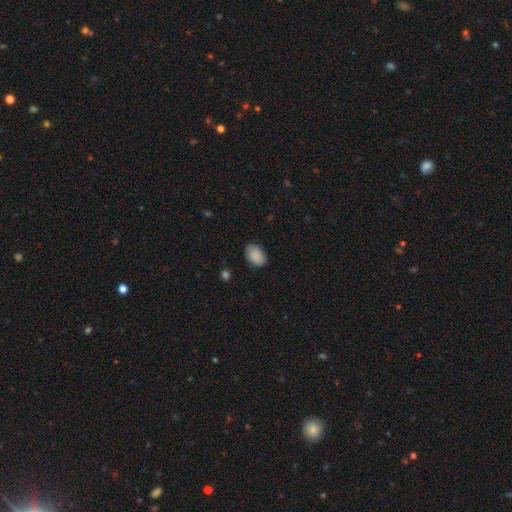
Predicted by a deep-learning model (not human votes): The model was most divided on "merging": none: 81%, minor disturbance: 14%, major disturbance: 3%, merger: 1%. More confident: smooth or featured — smooth (87%); how rounded — in between (85%).